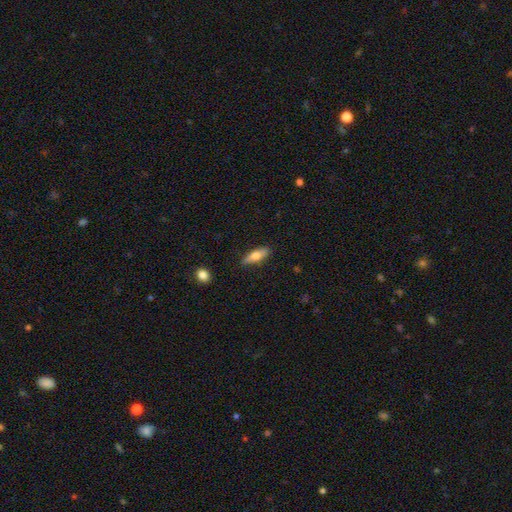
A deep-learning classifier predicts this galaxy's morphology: Smooth or featured: smooth — 64% (featured or disk — 30%)
How rounded: cigar-shaped — 54% (in between — 43%)
Merging: none — 87% (minor disturbance — 10%)